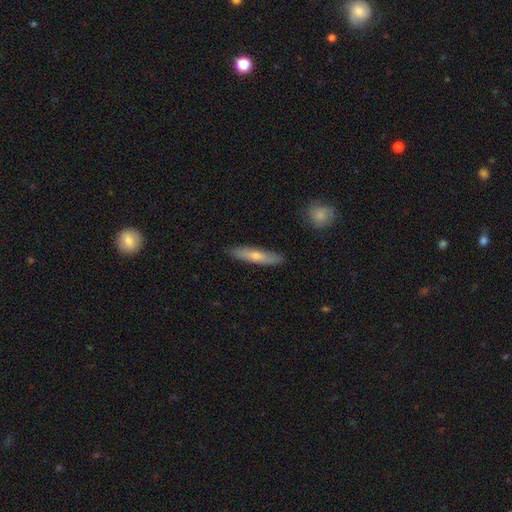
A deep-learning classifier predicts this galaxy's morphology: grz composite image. It shows a smooth galaxy with no disk features (59%) that is cigar-shaped (83%). Merging: none (87%).